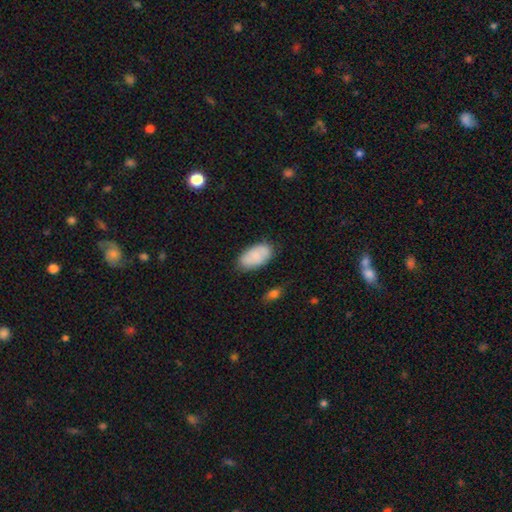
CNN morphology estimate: This is likely a smooth galaxy (80%). How rounded: clearly in between (94%). Merging: likely none (75%).